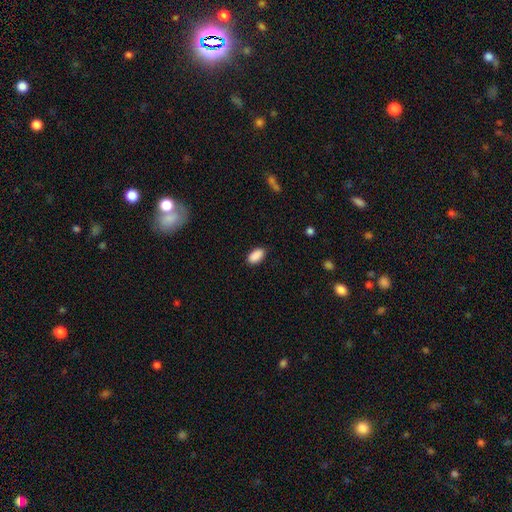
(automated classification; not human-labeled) smooth 90%, star or artifact 7%, featured or disk 3%. Down the decision tree: how rounded — in between (94%); merging — none (85%).